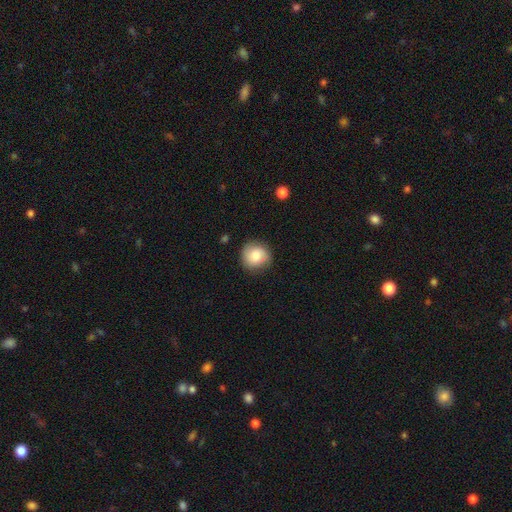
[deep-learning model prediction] A smooth galaxy with no disk features (75%) that is round (88%).

Vote fractions:
- Smooth or featured? smooth: 75% / featured or disk: 17% / star or artifact: 8%
- How rounded? round: 88% / in between: 11% / cigar-shaped: 1%
- Merging? none: 81% / minor disturbance: 14% / major disturbance: 3% / merger: 1%